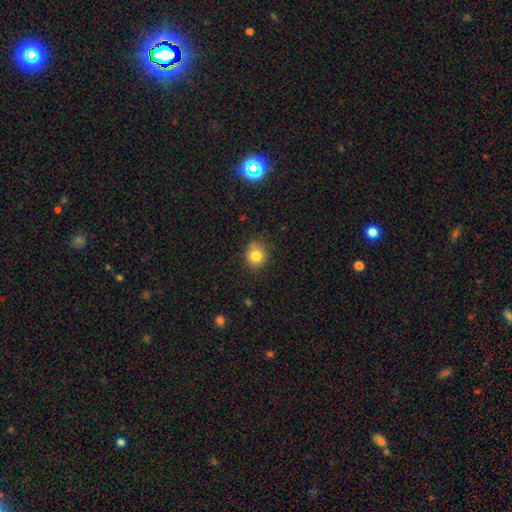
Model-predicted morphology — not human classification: type=smooth (82%); roundness=round (78%); merging=none (80%).